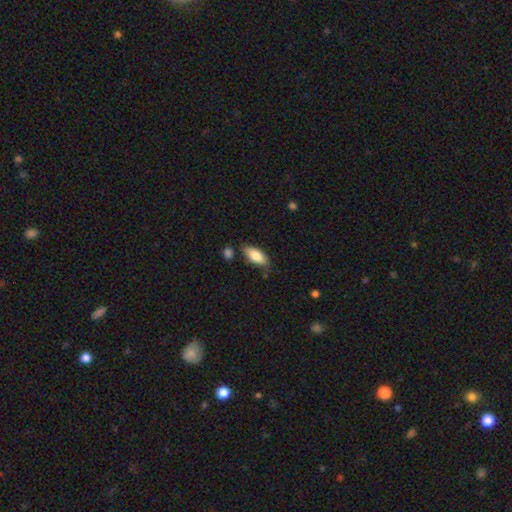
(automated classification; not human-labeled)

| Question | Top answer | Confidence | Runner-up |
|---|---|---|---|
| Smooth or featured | smooth | 82% | featured or disk (12%) |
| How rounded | in between | 85% | cigar-shaped (13%) |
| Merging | none | 75% | minor disturbance (17%) |